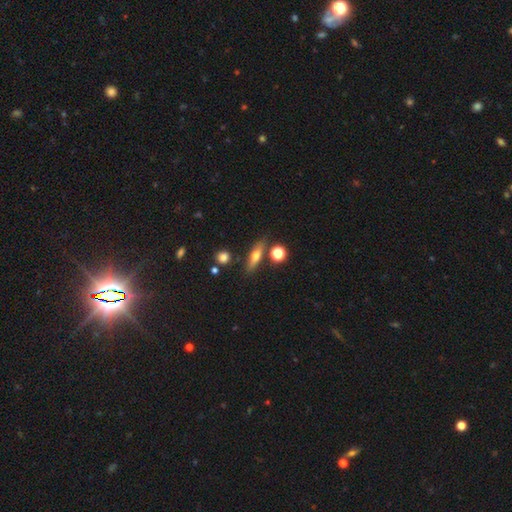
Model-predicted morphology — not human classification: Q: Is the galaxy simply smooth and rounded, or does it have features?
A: smooth — 51%.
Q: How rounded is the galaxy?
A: cigar-shaped — 57%.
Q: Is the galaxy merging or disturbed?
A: none — 79%.